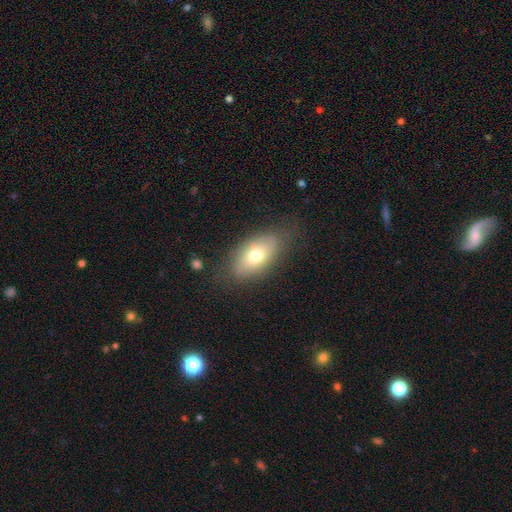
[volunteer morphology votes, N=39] A smooth galaxy with no disk features (62%) that is in between round and cigar-shaped (92%).

Vote fractions:
- Smooth or featured? smooth: 62% / featured or disk: 31% / star or artifact: 8%
- How rounded? in between: 92% / round: 4% / cigar-shaped: 4%
- Merging? none: 81% / minor disturbance: 11% / major disturbance: 6% / merger: 3%